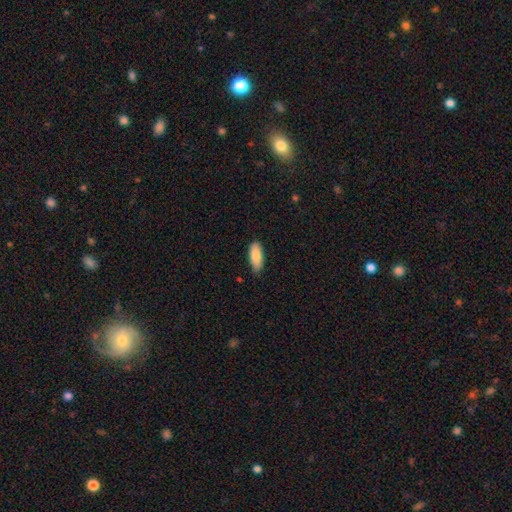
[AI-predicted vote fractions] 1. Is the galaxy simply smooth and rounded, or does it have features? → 86% smooth, 8% featured or disk, 6% star or artifact.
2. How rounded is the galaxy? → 77% in between, 22% cigar-shaped, 2% round.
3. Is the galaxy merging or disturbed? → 83% none, 14% minor disturbance, 2% major disturbance, 1% merger.